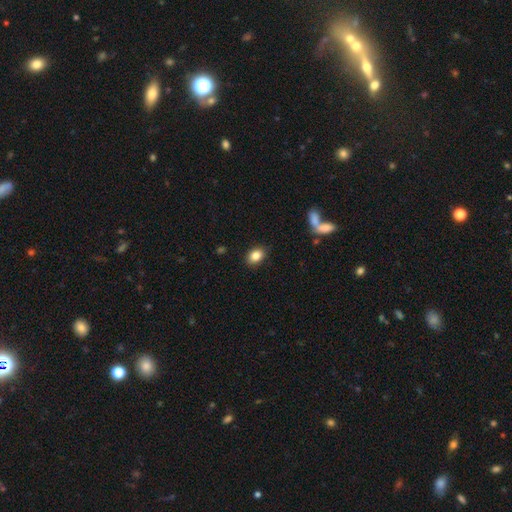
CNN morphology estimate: type=smooth (85%); roundness=in between (76%); merging=none (87%).